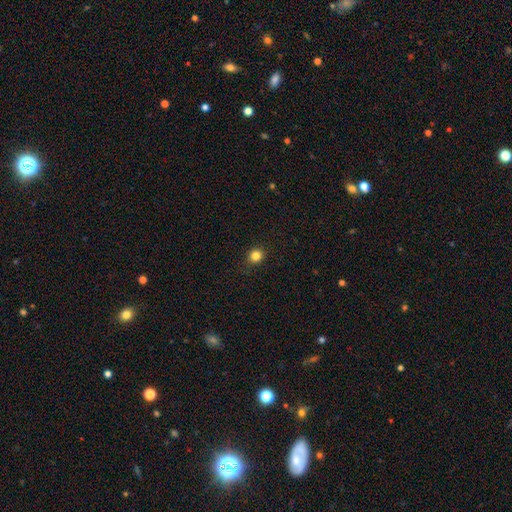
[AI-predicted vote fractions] This is clearly a smooth galaxy (83%). How rounded: clearly round (85%). Merging: clearly none (88%).